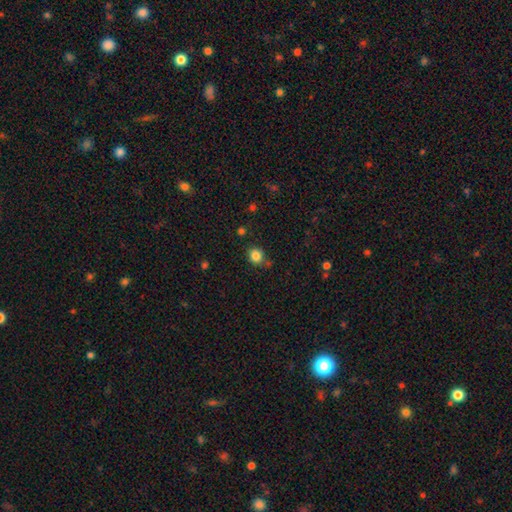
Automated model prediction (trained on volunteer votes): Overall: smooth (83%). How rounded: round (83%). Merging: none (78%).